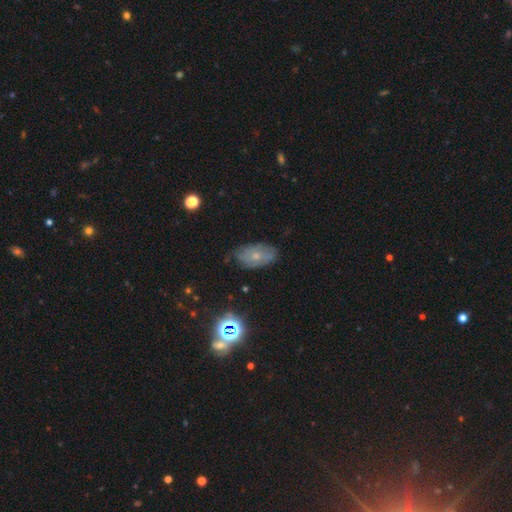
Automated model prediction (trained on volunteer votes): Smooth or featured? smooth (45%)
Merging? none (70%)